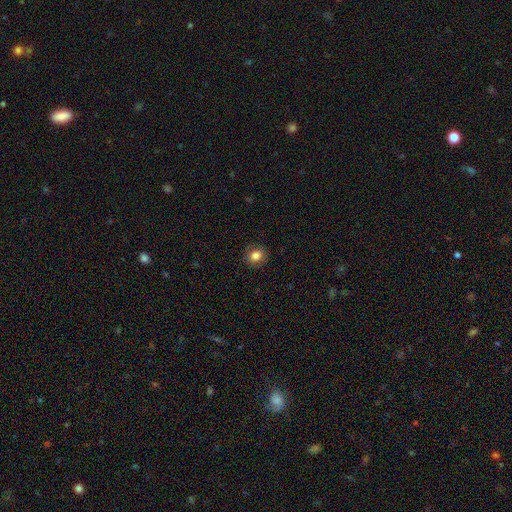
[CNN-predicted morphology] smooth_or_featured: smooth (p=0.82) [alt: star or artifact p=0.10]
how_rounded: round (p=0.75) [alt: in between p=0.24]
merging: none (p=0.88) [alt: minor disturbance p=0.09]